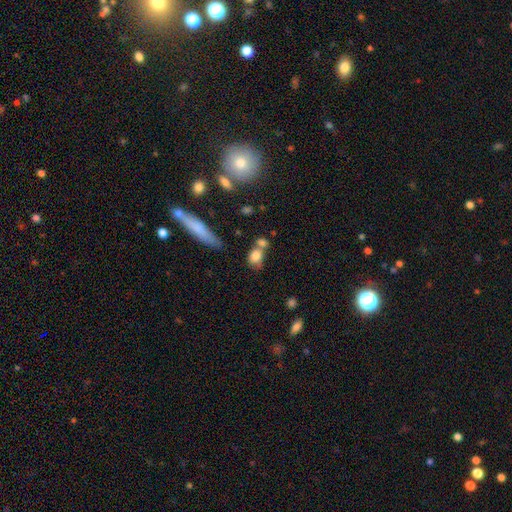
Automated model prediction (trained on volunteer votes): A smooth galaxy with no disk features (79%) that is in between round and cigar-shaped (52%).

Vote fractions:
- Smooth or featured? smooth: 79% / featured or disk: 11% / star or artifact: 9%
- How rounded? in between: 52% / round: 44% / cigar-shaped: 4%
- Merging? none: 40% / merger: 38% / minor disturbance: 15% / major disturbance: 7%